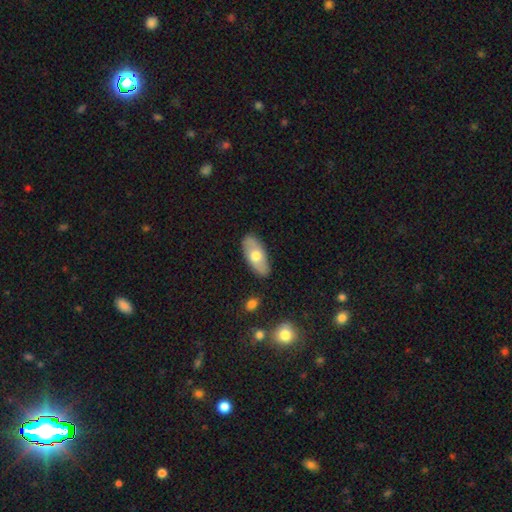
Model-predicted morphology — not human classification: A smooth galaxy with no disk features (57%) that is in between round and cigar-shaped (88%).

Vote fractions:
- Smooth or featured? smooth: 57% / featured or disk: 37% / star or artifact: 6%
- How rounded? in between: 88% / cigar-shaped: 8% / round: 3%
- Merging? none: 85% / minor disturbance: 12% / major disturbance: 2% / merger: 2%